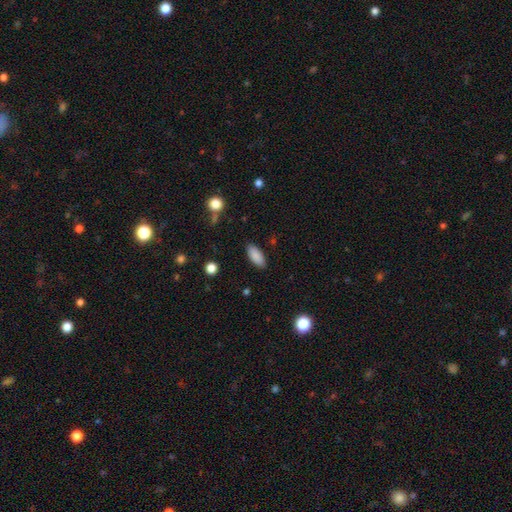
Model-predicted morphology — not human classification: Overall: smooth (88%). How rounded: in between (83%). Merging: none (88%).